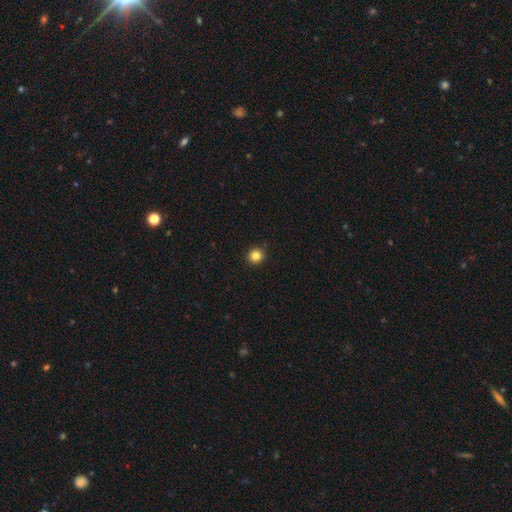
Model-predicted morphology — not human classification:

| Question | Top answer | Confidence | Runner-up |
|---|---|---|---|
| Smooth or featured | smooth | 83% | star or artifact (12%) |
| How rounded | round | 94% | in between (5%) |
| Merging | none | 92% | minor disturbance (5%) |